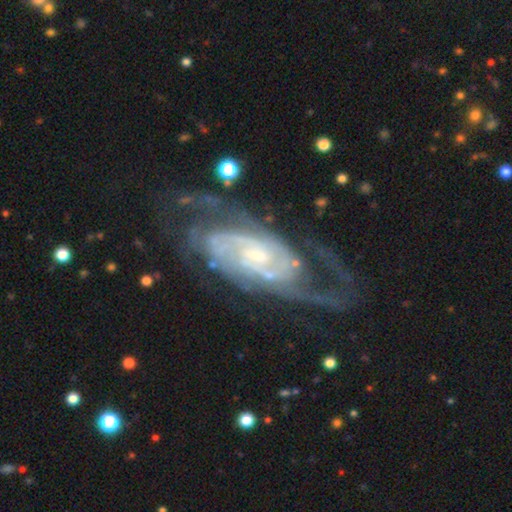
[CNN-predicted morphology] Smooth or featured? Predicted: featured or disk (p=0.89). Edge-on disk? Predicted: no (p=0.94). Bar? Predicted: no (p=0.47). Spiral arms? Predicted: yes (p=0.97). Spiral winding? Predicted: tight (p=0.57). Spiral arm count? Predicted: 2 (p=0.46). Bulge size? Predicted: small (p=0.63). Merging? Predicted: none (p=0.66).